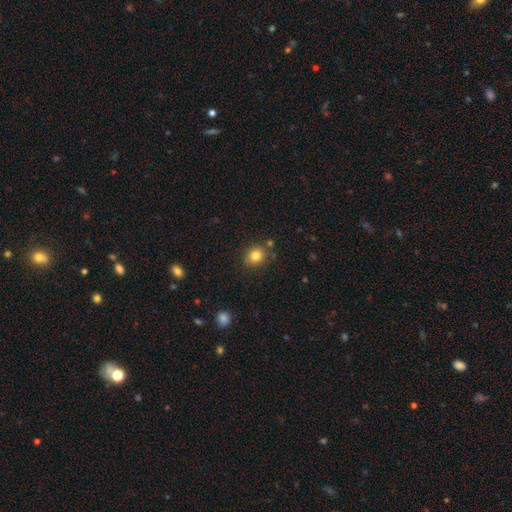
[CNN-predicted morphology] smooth_or_featured: smooth (p=0.81) [alt: star or artifact p=0.12]
how_rounded: round (p=0.79) [alt: in between p=0.20]
merging: none (p=0.81) [alt: minor disturbance p=0.11]